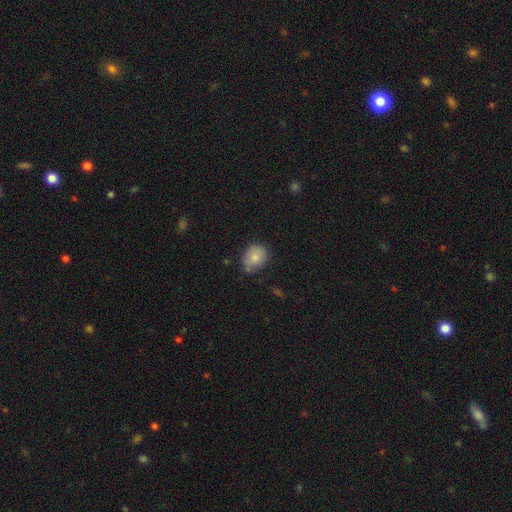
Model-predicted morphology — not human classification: smooth_or_featured: smooth (p=0.81) [alt: featured or disk p=0.11]
how_rounded: round (p=0.62) [alt: in between p=0.37]
merging: none (p=0.65) [alt: minor disturbance p=0.25]